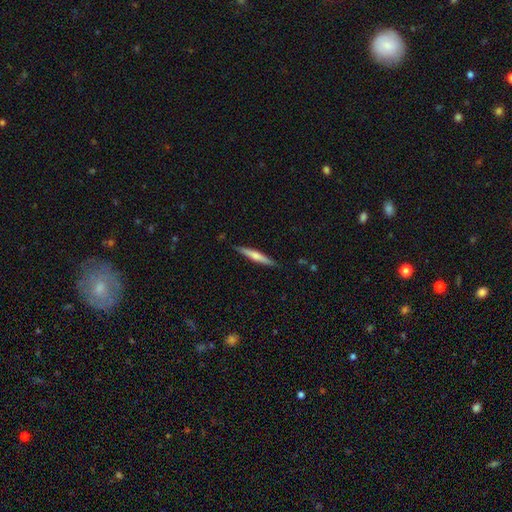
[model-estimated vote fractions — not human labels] A smooth galaxy with no disk features (52%) that is cigar-shaped (93%).

Vote fractions:
- Smooth or featured? smooth: 52% / featured or disk: 42% / star or artifact: 5%
- How rounded? cigar-shaped: 93% / in between: 5% / round: 1%
- Merging? none: 88% / minor disturbance: 10% / major disturbance: 2% / merger: 1%